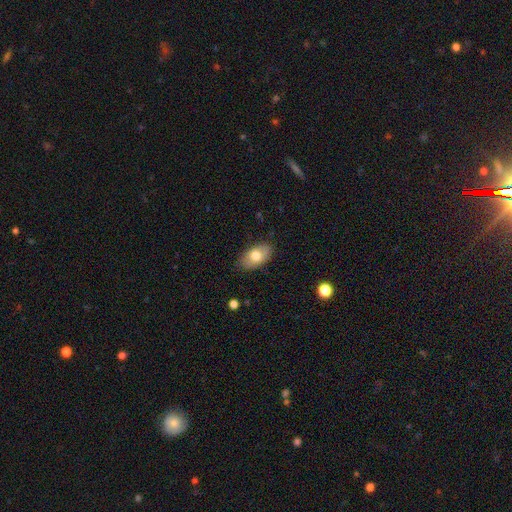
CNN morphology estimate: This appears to be a smooth galaxy with no disk features (73%) that is in between round and cigar-shaped (92%). Merging: none (82%).